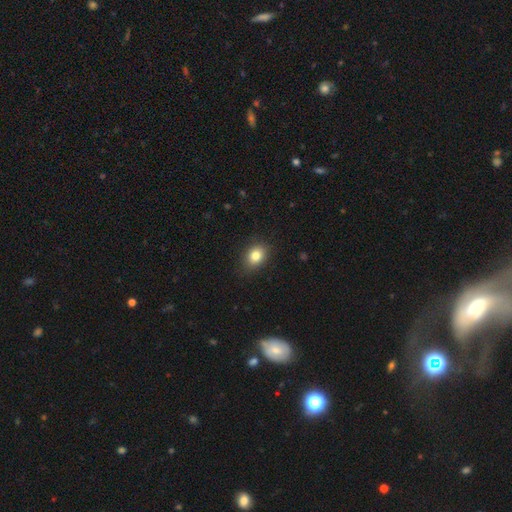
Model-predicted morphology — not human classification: The model was most divided on "how rounded": in between: 62%, round: 37%, cigar-shaped: 1%. More confident: merging — none (85%); smooth or featured — smooth (82%).